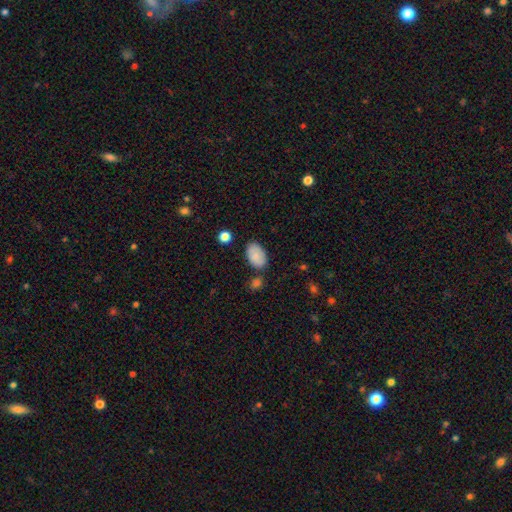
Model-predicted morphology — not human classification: smooth-or-featured: smooth: 85% | featured or disk: 8% | star or artifact: 7%
  how-rounded: in between: 93% | round: 5% | cigar-shaped: 1%
  merging: none: 75% | minor disturbance: 15% | merger: 6% | major disturbance: 4%